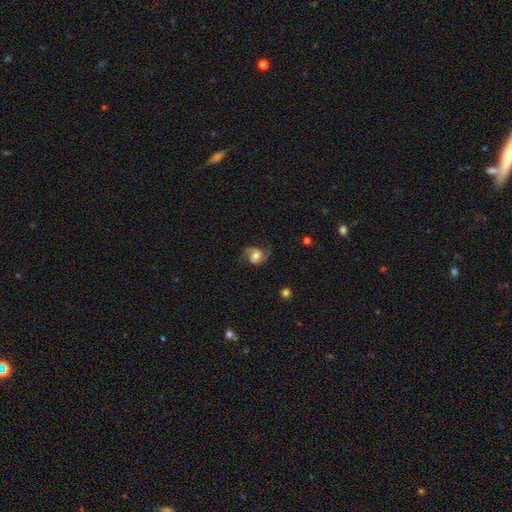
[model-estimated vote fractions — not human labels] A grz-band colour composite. It shows a featured or disk galaxy (68%) with no bar (52%), 2 (87%) medium (46%) spiral arms (92%) and a moderate central bulge (63%). Merging: none (67%).